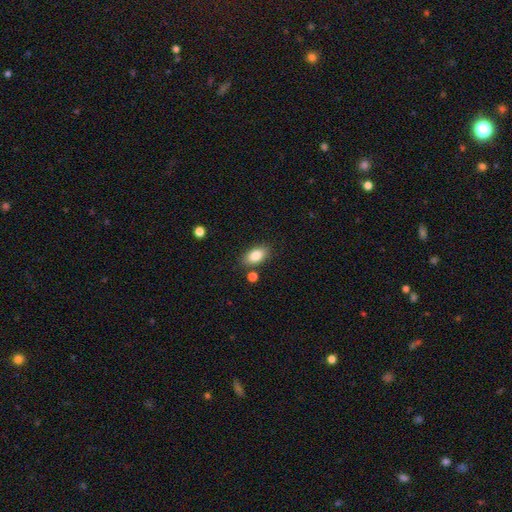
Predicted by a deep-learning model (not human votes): This is clearly a smooth galaxy (83%). How rounded: clearly in between (91%). Merging: clearly none (81%).